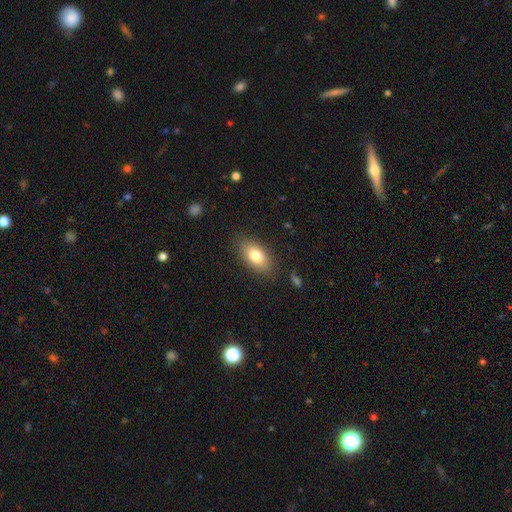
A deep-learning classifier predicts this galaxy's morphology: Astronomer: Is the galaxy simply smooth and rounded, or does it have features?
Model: smooth — 79%.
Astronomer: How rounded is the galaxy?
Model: in between — 89%.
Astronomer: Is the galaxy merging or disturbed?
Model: none — 84%.